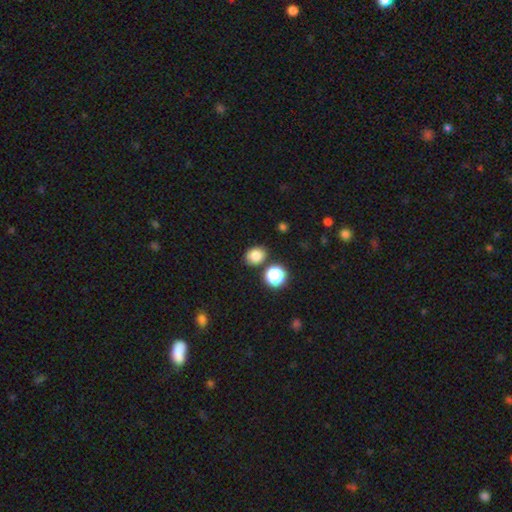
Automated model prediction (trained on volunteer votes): A smooth galaxy with no disk features (82%) that is round (50%). Merging: none (80%).